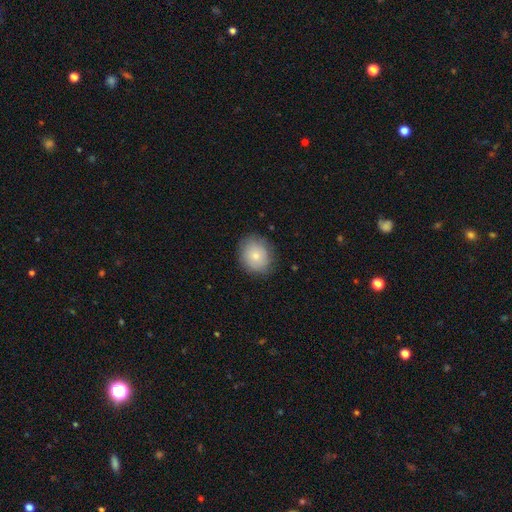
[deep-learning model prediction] This appears to be a smooth galaxy with no disk features (78%) that is round (66%). Merging: none (81%).